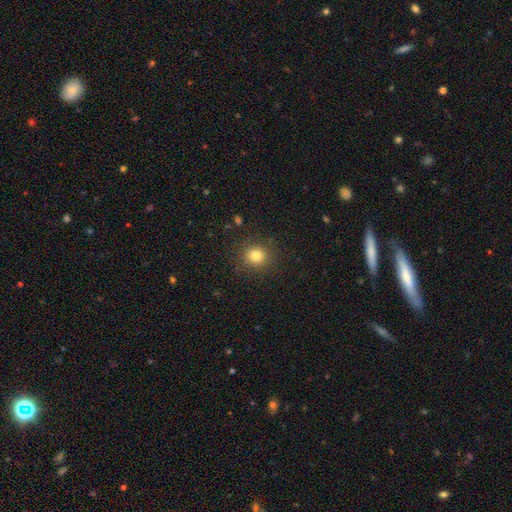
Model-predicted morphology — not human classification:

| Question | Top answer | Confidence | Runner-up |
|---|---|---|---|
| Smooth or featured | smooth | 80% | star or artifact (13%) |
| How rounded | round | 87% | in between (12%) |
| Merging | none | 89% | minor disturbance (7%) |